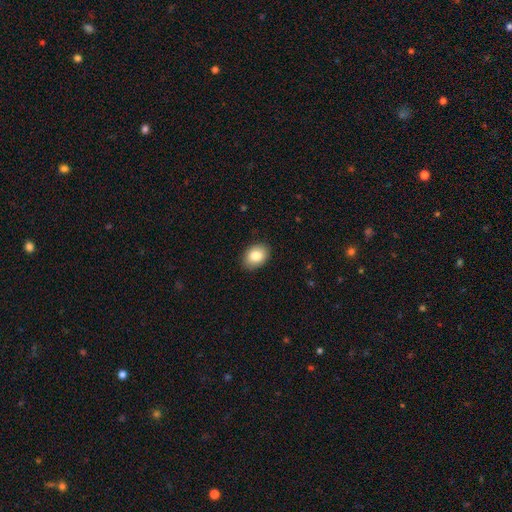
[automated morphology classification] Smooth or featured? smooth (84%)
How rounded? in between (78%)
Merging? none (88%)